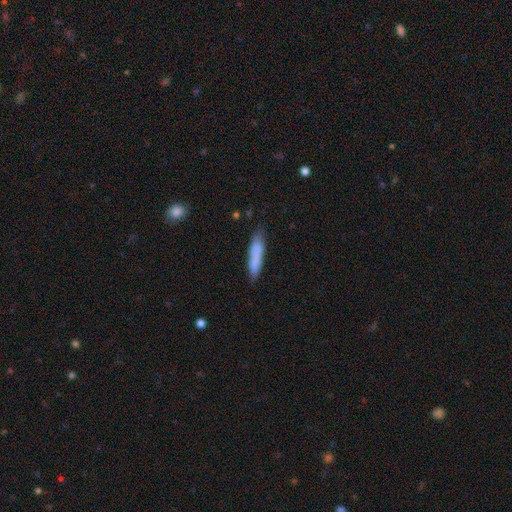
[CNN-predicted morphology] The model was most divided on "merging": none: 76%, minor disturbance: 18%, major disturbance: 3%, merger: 3%. More confident: how rounded — cigar-shaped (83%); smooth or featured — smooth (78%).